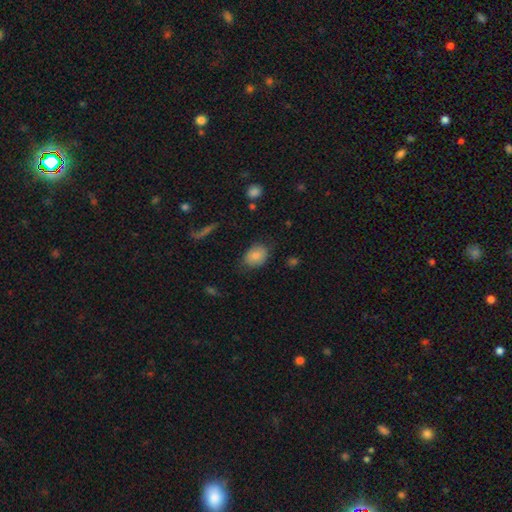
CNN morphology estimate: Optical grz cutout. It shows a smooth galaxy with no disk features (81%) that is in between round and cigar-shaped (66%). Merging: none (75%).